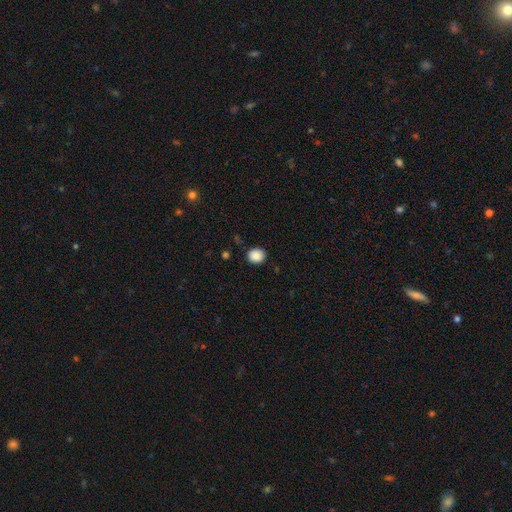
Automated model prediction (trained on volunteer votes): The model was most divided on "how rounded": round: 72%, in between: 27%, cigar-shaped: 1%. More confident: smooth or featured — smooth (89%); merging — none (88%).